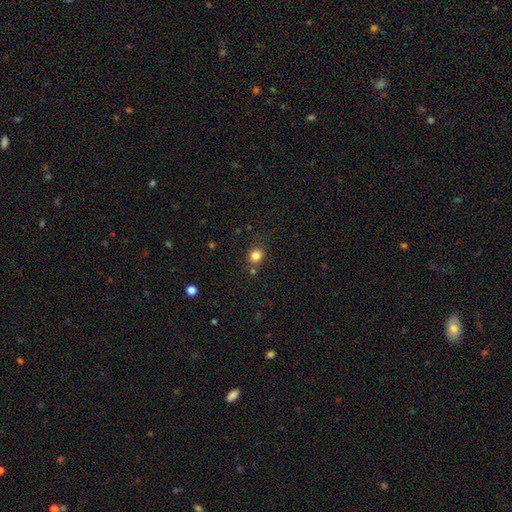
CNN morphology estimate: Q: Smooth or featured?
A: smooth (82%); runner-up: star or artifact (13%)
Q: How rounded?
A: round (77%); runner-up: in between (22%)
Q: Merging?
A: none (77%); runner-up: minor disturbance (12%)